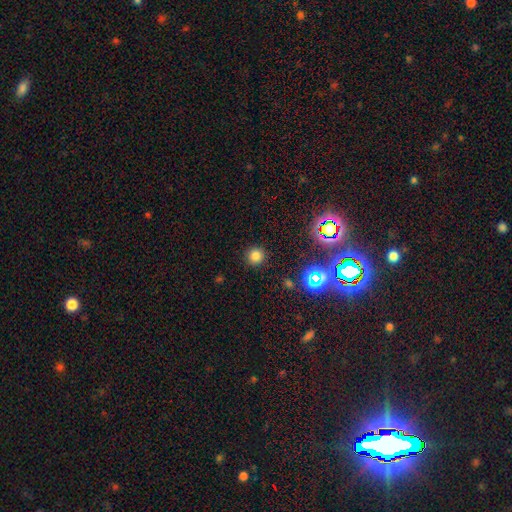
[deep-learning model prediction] Smooth or featured? Predicted: smooth (p=0.76). How rounded? Predicted: round (p=0.94). Merging? Predicted: none (p=0.90).